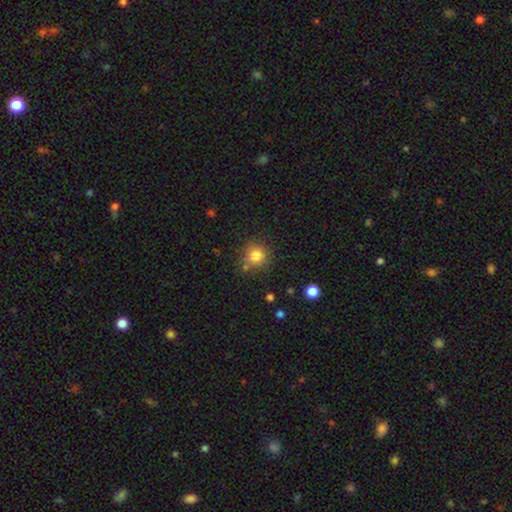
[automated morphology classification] Smooth or featured? Predicted: smooth (p=0.82). How rounded? Predicted: round (p=0.90). Merging? Predicted: none (p=0.75).